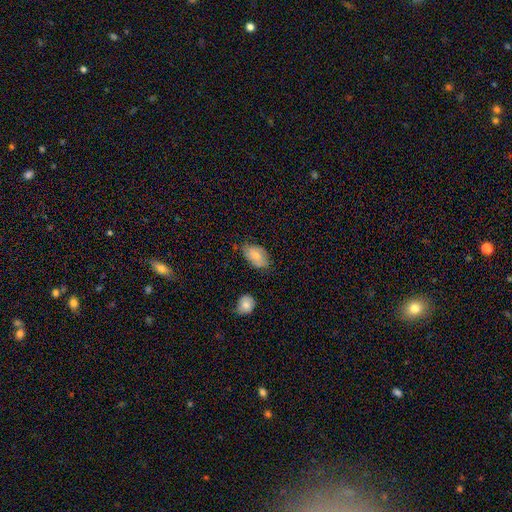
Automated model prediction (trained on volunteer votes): This is likely a smooth galaxy (69%). How rounded: clearly in between (92%). Merging: likely none (63%).